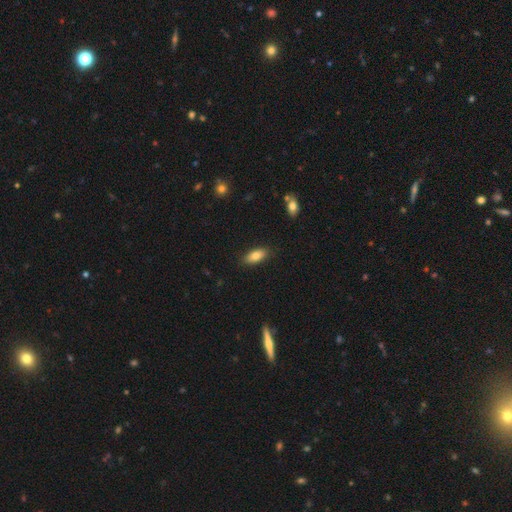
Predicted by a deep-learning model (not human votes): A smooth galaxy with no disk features (81%) that is in between round and cigar-shaped (85%). Merging: none (86%).